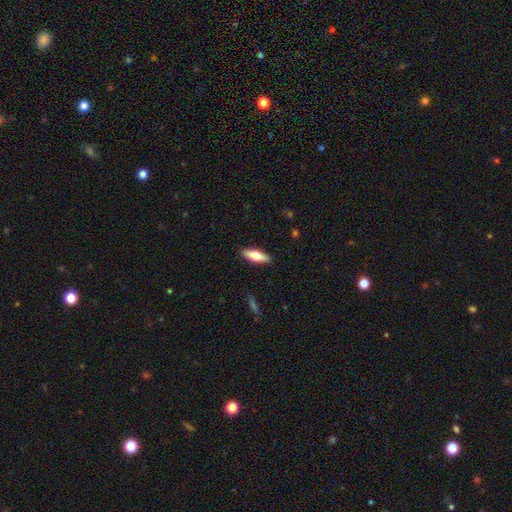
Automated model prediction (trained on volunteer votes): smooth_or_featured: smooth (p=0.66) [alt: featured or disk p=0.28]
how_rounded: in between (p=0.52) [alt: cigar-shaped p=0.46]
merging: none (p=0.89) [alt: minor disturbance p=0.08]